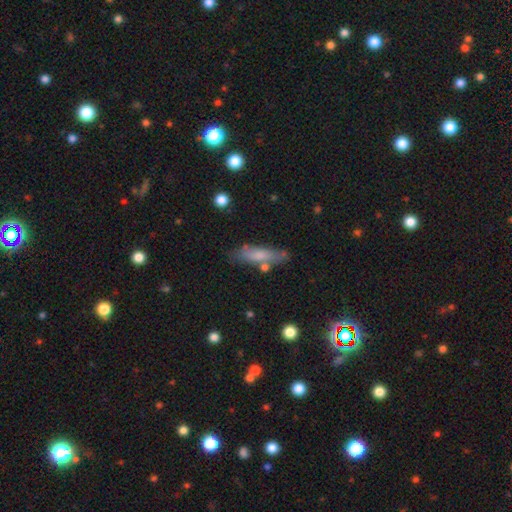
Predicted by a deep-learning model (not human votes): This appears to be a smooth galaxy with no disk features (58%) that is cigar-shaped (63%). Merging: none (70%).